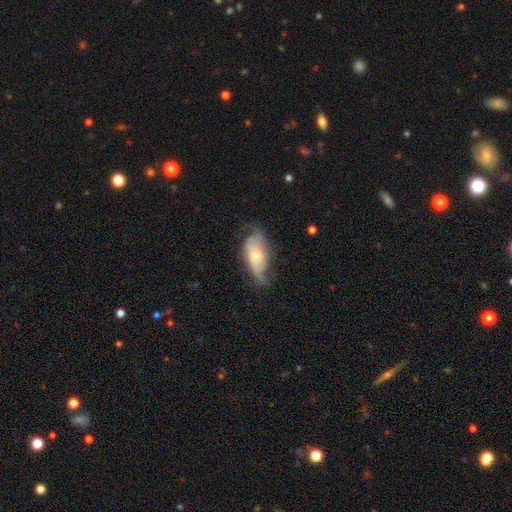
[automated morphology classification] Smooth or featured? Predicted: featured or disk (p=0.52). Edge-on disk? Predicted: no (p=0.88). Merging? Predicted: none (p=0.47).